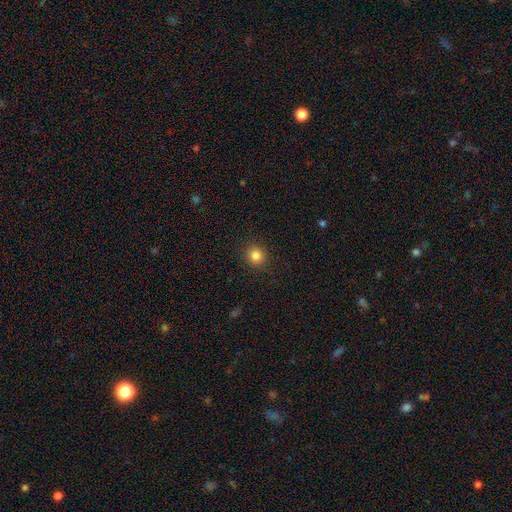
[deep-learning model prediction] The model was most divided on "smooth or featured": smooth: 84%, star or artifact: 12%, featured or disk: 5%. More confident: how rounded — round (91%); merging — none (91%).